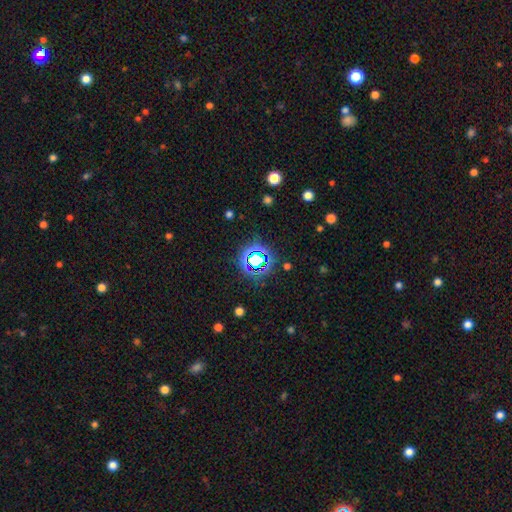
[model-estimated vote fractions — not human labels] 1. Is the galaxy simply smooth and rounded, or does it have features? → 68% star or artifact, 22% smooth, 11% featured or disk.